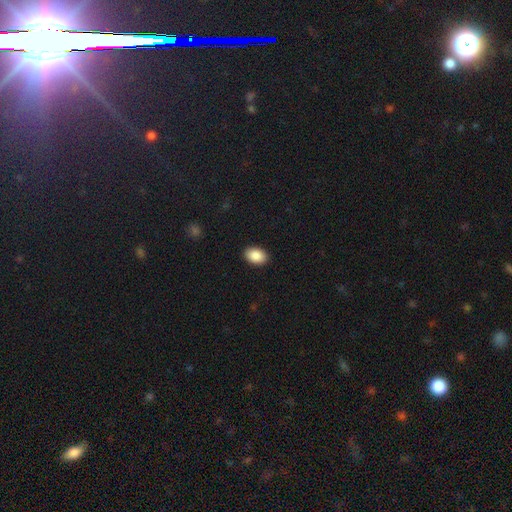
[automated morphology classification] This is clearly a smooth galaxy (90%). How rounded: clearly in between (88%). Merging: clearly none (90%).